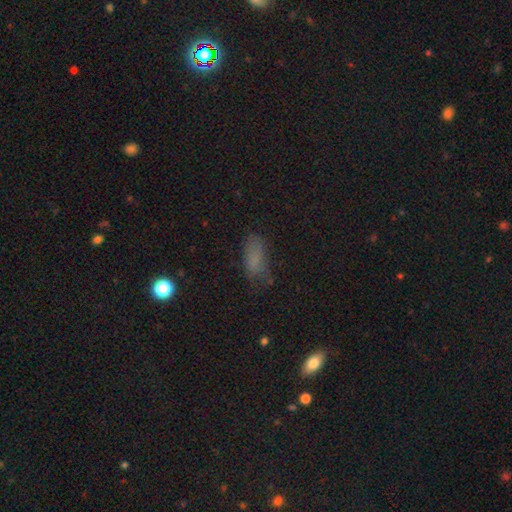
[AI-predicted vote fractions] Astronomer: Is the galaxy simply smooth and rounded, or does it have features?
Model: smooth — 72%.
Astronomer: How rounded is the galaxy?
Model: in between — 80%.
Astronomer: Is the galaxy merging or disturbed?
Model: none — 60%.